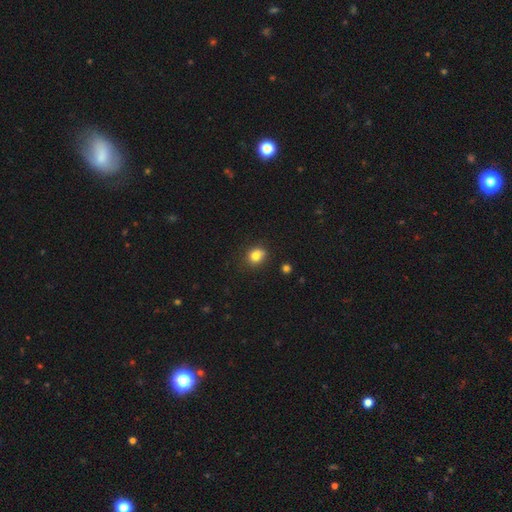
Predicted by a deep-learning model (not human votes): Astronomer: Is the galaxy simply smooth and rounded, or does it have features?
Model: smooth — 81%.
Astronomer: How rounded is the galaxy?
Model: round — 57% (runner-up: in between, 42%).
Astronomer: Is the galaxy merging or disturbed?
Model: none — 72%.